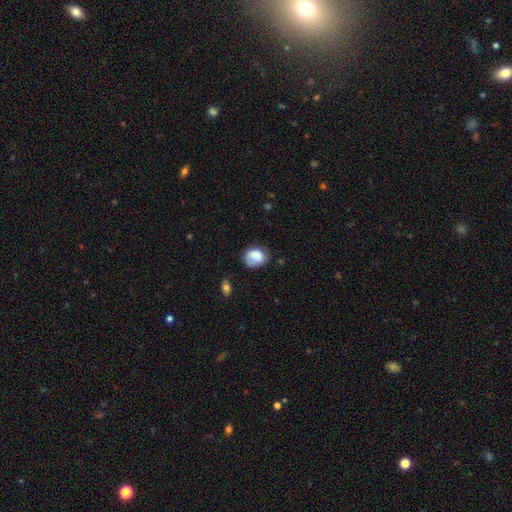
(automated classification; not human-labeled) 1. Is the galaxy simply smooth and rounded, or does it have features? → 77% smooth, 15% featured or disk, 8% star or artifact.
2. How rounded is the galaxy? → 52% round, 47% in between, 1% cigar-shaped.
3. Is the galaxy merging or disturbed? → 52% none, 31% minor disturbance, 13% major disturbance, 3% merger.